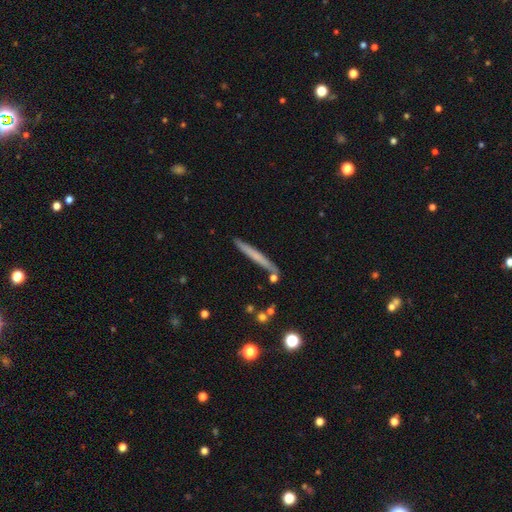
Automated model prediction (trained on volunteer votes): This is possibly a smooth galaxy (54%). How rounded: clearly cigar-shaped (96%). Merging: clearly none (85%).